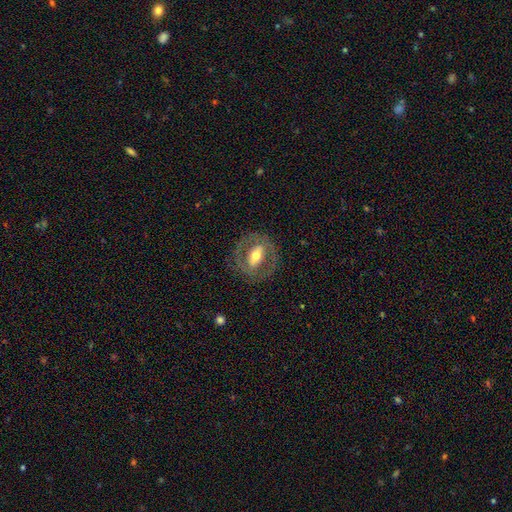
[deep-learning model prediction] A featured or disk galaxy (65%) with a strong bar (44%), no spiral arms (68%) and a moderate central bulge (66%). Merging: none (79%).